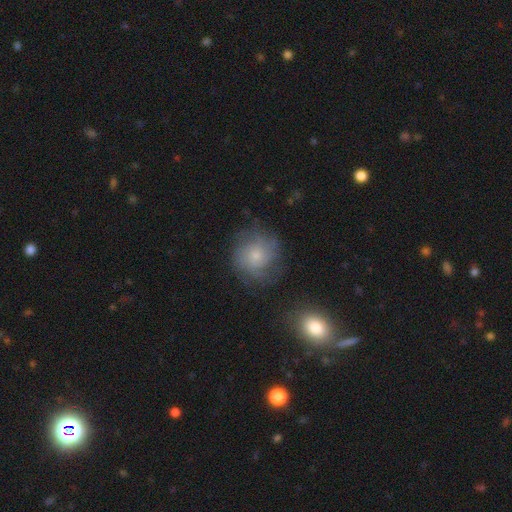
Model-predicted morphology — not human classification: type=featured or disk (53%); edge-on=no (97%); bar=no (81%); spiral arms=yes (84%); bulge=small (60%); merging=none (70%).